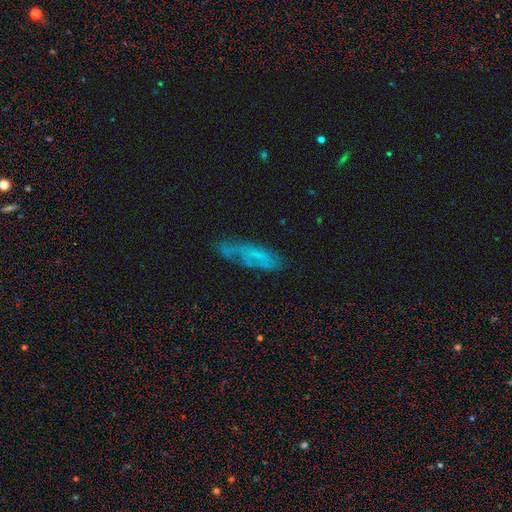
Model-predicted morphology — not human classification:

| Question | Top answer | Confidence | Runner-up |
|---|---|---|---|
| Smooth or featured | smooth | 46% | featured or disk (42%) |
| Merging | none | 56% | minor disturbance (26%) |